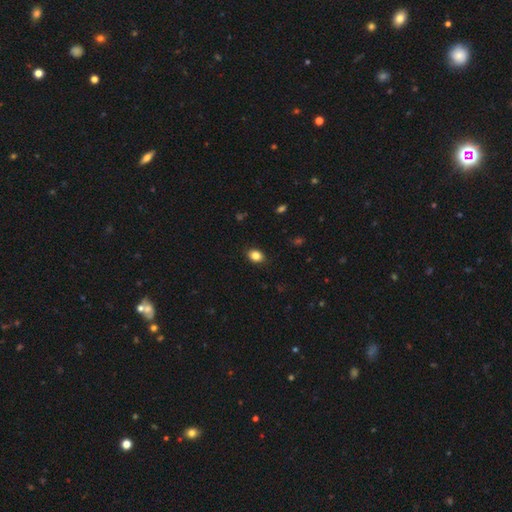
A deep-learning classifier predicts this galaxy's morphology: smooth 85%, star or artifact 10%, featured or disk 5%. Down the decision tree: how rounded — in between (66%); merging — none (88%).